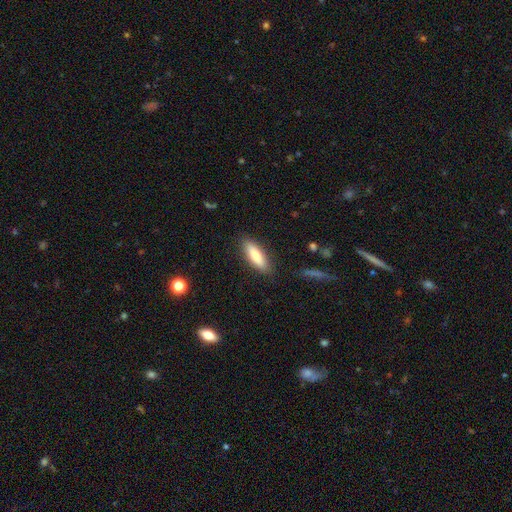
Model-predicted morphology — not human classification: Smooth or featured? smooth (76%)
How rounded? in between (51%)
Merging? none (86%)